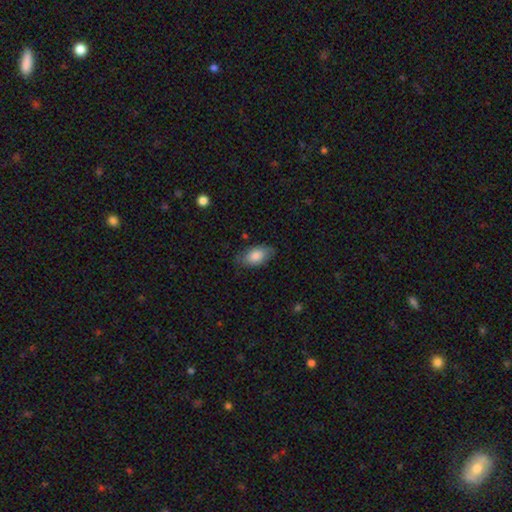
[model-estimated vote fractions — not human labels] Overall: smooth (83%). How rounded: in between (93%). Merging: none (75%).